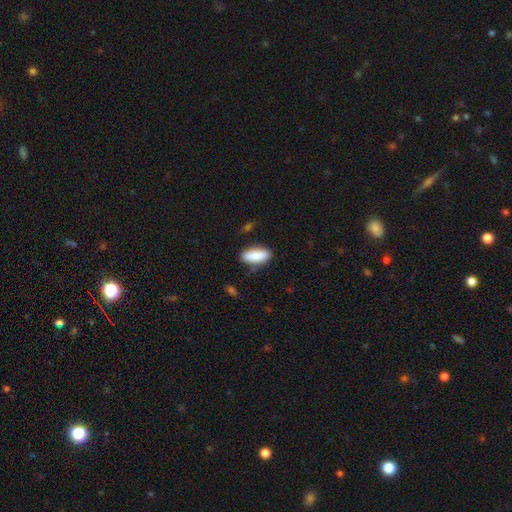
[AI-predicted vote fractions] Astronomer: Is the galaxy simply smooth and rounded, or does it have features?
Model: smooth — 87%.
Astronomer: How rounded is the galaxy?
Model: in between — 76%.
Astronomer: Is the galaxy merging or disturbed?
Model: none — 81%.